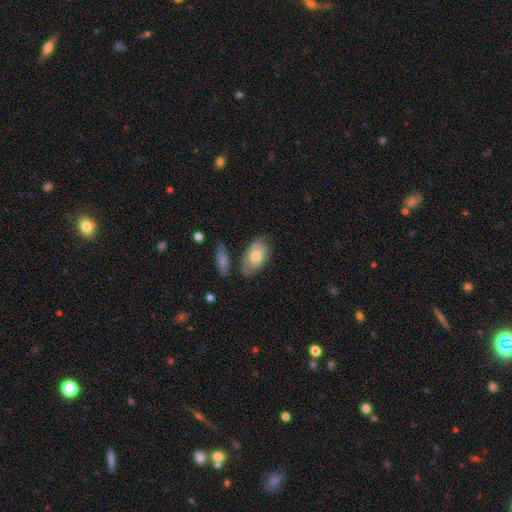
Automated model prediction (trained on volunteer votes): smooth-or-featured: smooth: 67% | featured or disk: 27% | star or artifact: 6%
  how-rounded: in between: 91% | round: 7% | cigar-shaped: 2%
  merging: none: 59% | minor disturbance: 25% | merger: 9% | major disturbance: 7%